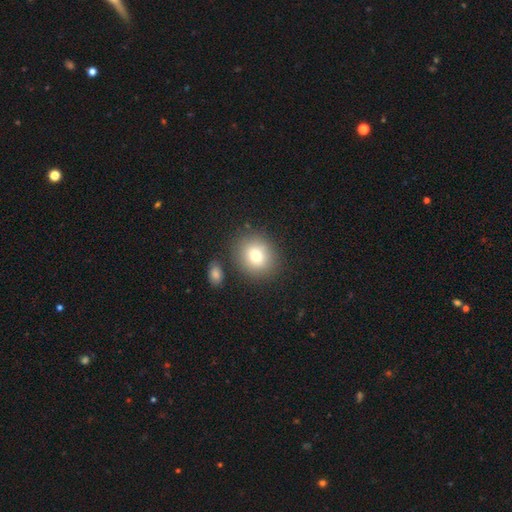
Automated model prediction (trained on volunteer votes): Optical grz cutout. It shows a smooth galaxy with no disk features (78%) that is round (74%). Merging: none (82%).